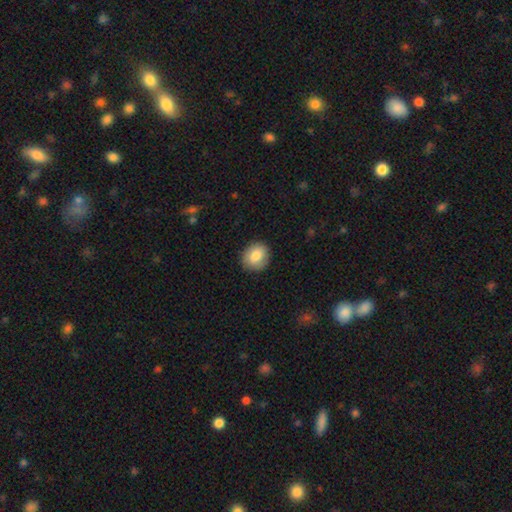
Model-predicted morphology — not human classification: Smooth or featured?
  - smooth: 83% *
  - featured or disk: 9%
  - star or artifact: 8%
How rounded?
  - round: 72% *
  - in between: 27%
  - cigar-shaped: 1%
Merging?
  - none: 89% *
  - minor disturbance: 8%
  - major disturbance: 2%
  - merger: 1%